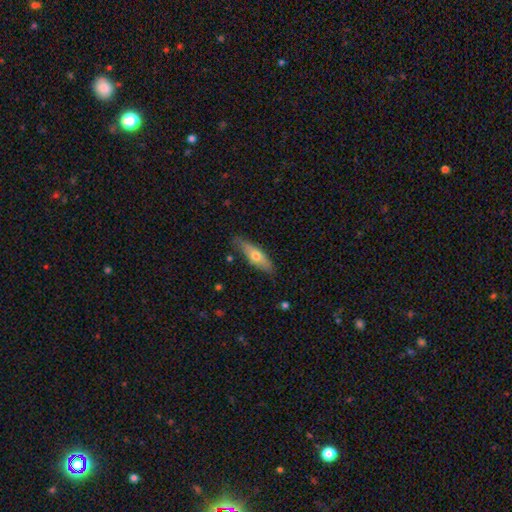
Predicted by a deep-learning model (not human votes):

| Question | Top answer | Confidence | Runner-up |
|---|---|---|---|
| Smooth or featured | smooth | 54% | featured or disk (40%) |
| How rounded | cigar-shaped | 56% | in between (42%) |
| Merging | none | 78% | minor disturbance (17%) |